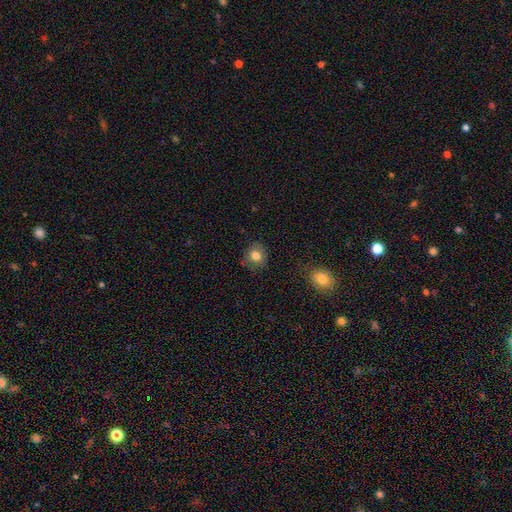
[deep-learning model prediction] Morphology: type=smooth (80%); roundness=round (85%); merging=none (82%).